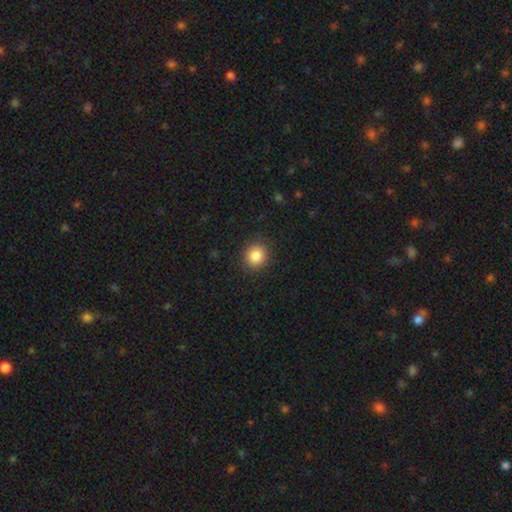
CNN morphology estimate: Smooth or featured? Predicted: smooth (p=0.86). How rounded? Predicted: round (p=0.87). Merging? Predicted: none (p=0.90).